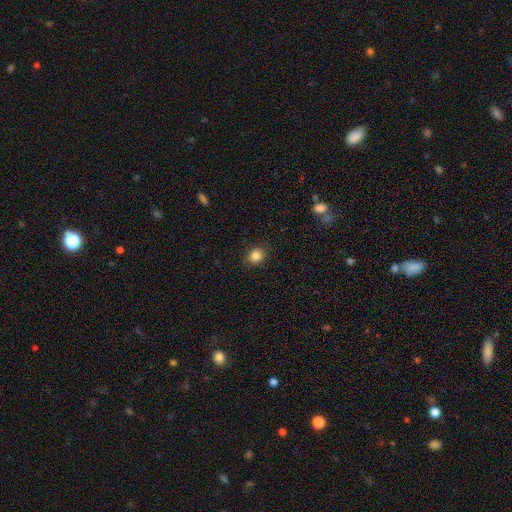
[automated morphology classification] A smooth galaxy with no disk features (85%) that is round (71%).

Vote fractions:
- Smooth or featured? smooth: 85% / star or artifact: 11% / featured or disk: 4%
- How rounded? round: 71% / in between: 28% / cigar-shaped: 1%
- Merging? none: 88% / minor disturbance: 8% / major disturbance: 2% / merger: 1%